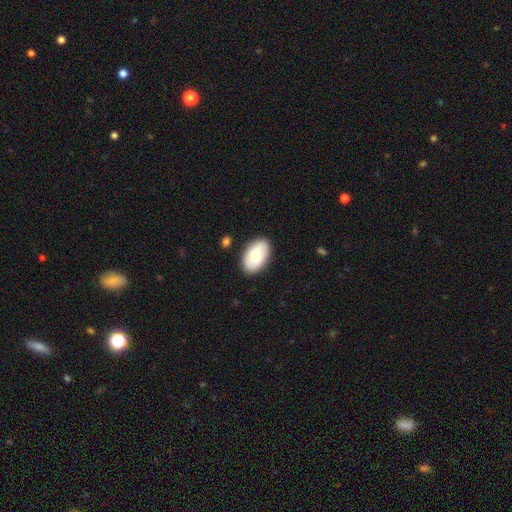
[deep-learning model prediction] Smooth or featured: smooth — 76% (featured or disk — 18%)
How rounded: in between — 94% (round — 5%)
Merging: none — 85% (minor disturbance — 11%)